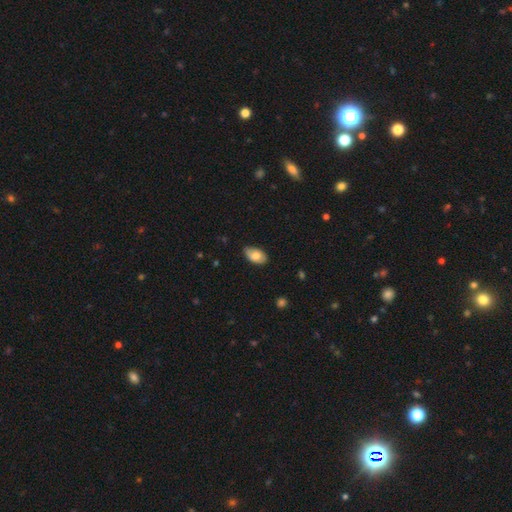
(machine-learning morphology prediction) The model was most divided on "smooth or featured": smooth: 75%, featured or disk: 18%, star or artifact: 6%. More confident: how rounded — in between (93%); merging — none (77%).